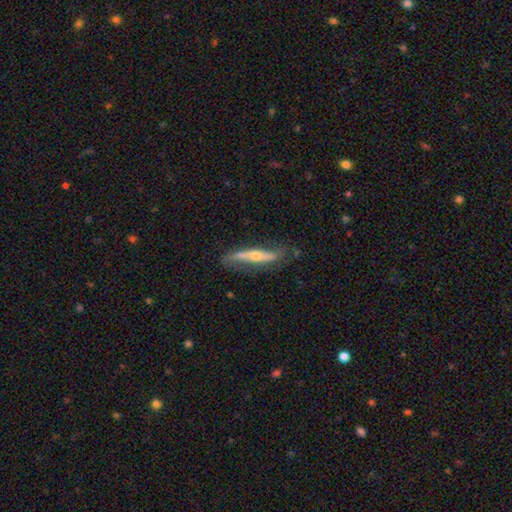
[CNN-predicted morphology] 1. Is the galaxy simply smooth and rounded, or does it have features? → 67% featured or disk, 28% smooth, 6% star or artifact.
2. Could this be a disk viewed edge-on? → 68% yes, 32% no.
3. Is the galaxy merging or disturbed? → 67% none, 23% minor disturbance, 8% major disturbance, 2% merger.